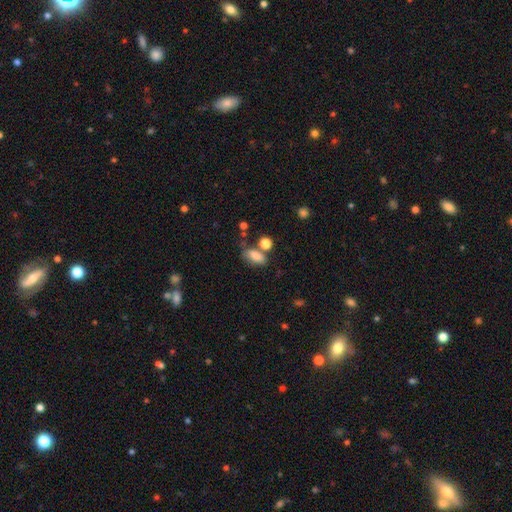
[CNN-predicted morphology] Smooth or featured? smooth (81%)
How rounded? in between (84%)
Merging? none (53%)